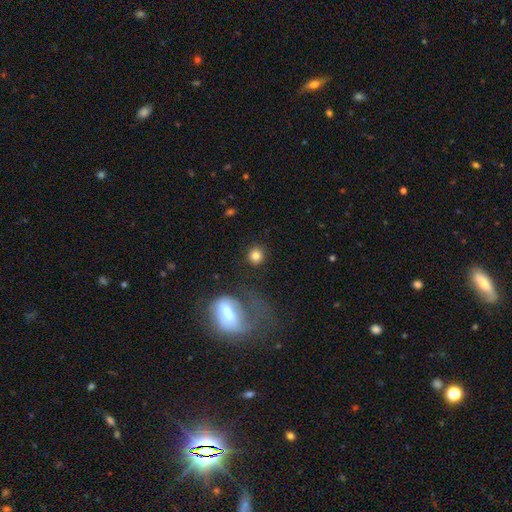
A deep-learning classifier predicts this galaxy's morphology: Smooth or featured? smooth (82%)
How rounded? round (91%)
Merging? none (86%)